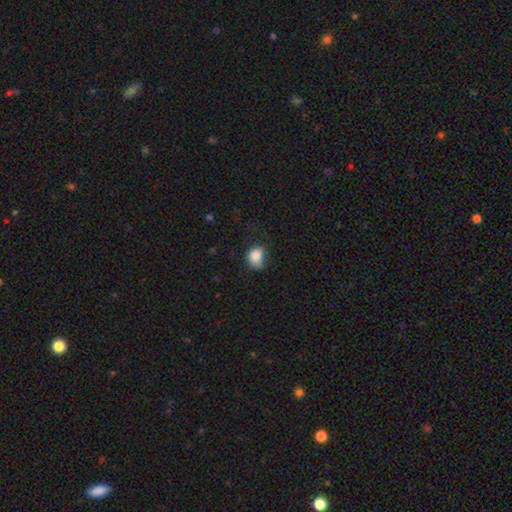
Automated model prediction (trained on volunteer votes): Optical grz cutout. It shows a smooth galaxy with no disk features (85%) that is in between round and cigar-shaped (56%). Merging: none (47%).